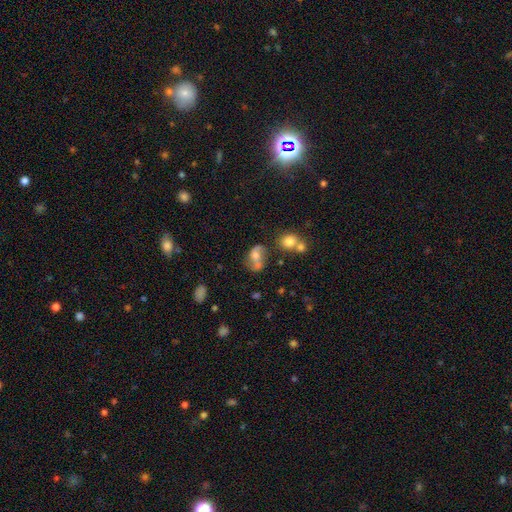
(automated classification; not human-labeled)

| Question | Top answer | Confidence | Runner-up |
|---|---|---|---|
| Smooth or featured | featured or disk | 56% | smooth (32%) |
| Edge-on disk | no | 95% | yes (5%) |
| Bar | no | 43% | weak (37%) |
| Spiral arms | yes | 79% | no (21%) |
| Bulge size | moderate | 55% | small (24%) |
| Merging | none | 55% | minor disturbance (21%) |